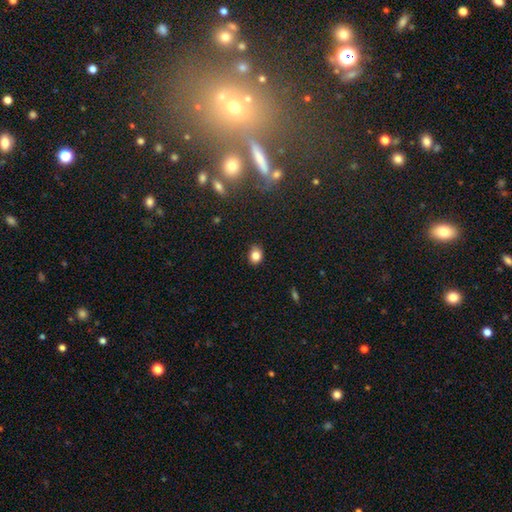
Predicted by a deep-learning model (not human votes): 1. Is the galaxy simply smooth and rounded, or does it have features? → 83% smooth, 11% star or artifact, 6% featured or disk.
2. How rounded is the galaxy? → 52% in between, 47% round, 1% cigar-shaped.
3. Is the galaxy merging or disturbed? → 85% none, 11% minor disturbance, 2% major disturbance, 1% merger.